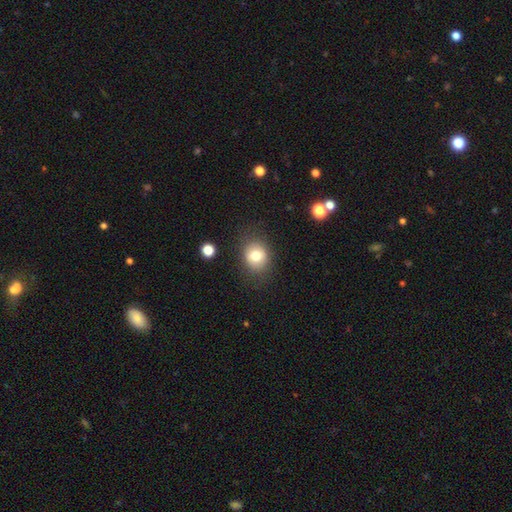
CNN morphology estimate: Overall: smooth (76%). How rounded: round (66%; in between 34%). Merging: none (81%).